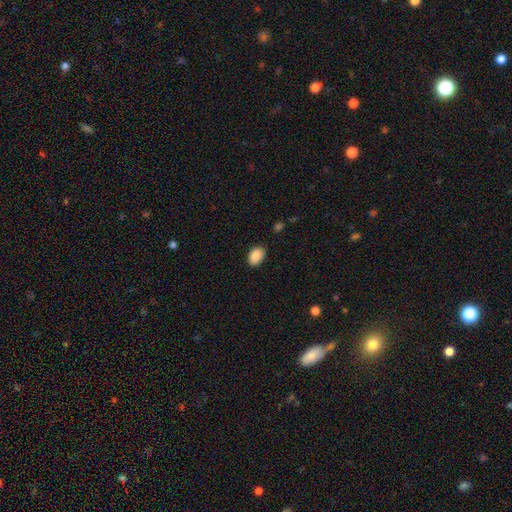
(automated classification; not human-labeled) Morphology: type=smooth (89%); roundness=in between (86%); merging=none (83%).